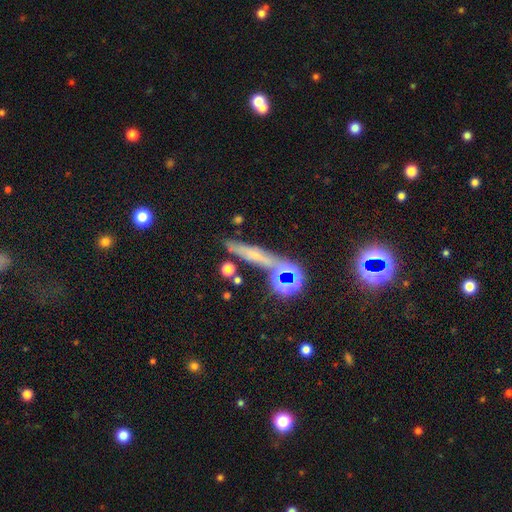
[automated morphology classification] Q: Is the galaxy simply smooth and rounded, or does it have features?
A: smooth — 38%.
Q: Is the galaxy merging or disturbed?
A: none — 72%.